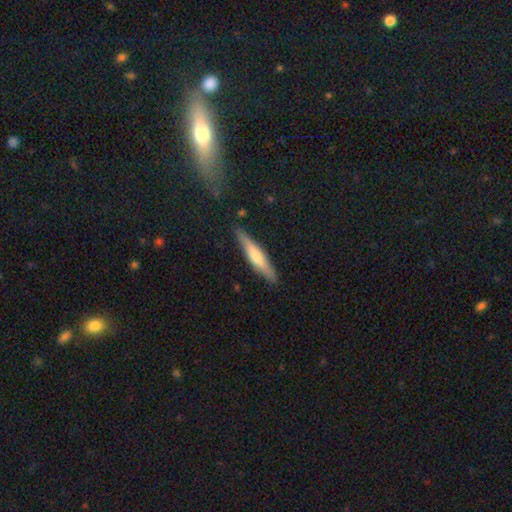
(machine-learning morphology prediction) A smooth galaxy with no disk features (49%). Merging: none (86%).